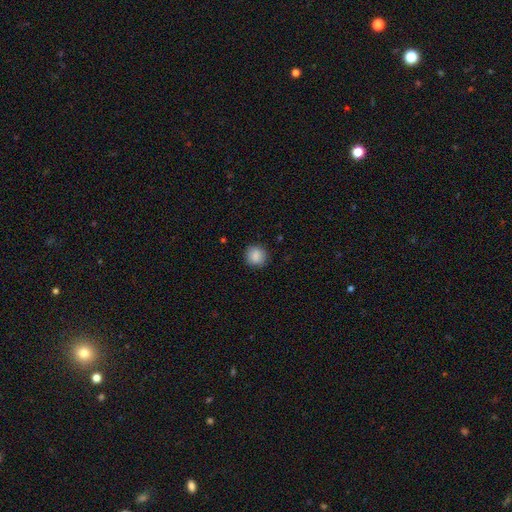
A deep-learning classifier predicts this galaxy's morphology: The model was most divided on "how rounded": round: 86%, in between: 13%, cigar-shaped: 1%. More confident: merging — none (88%); smooth or featured — smooth (87%).